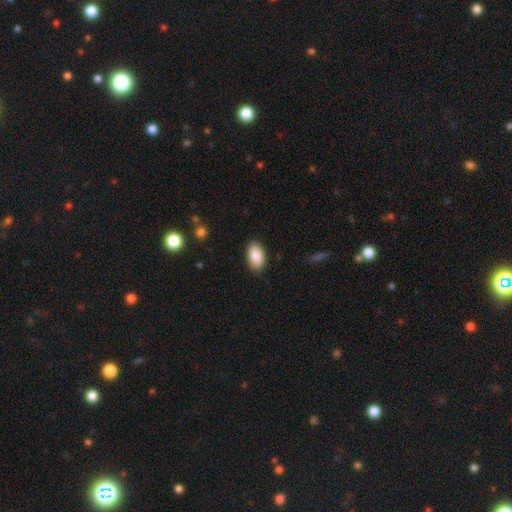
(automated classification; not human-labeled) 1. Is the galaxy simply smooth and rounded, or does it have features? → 87% smooth, 7% featured or disk, 6% star or artifact.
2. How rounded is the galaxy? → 94% in between, 4% round, 2% cigar-shaped.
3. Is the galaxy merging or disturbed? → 88% none, 9% minor disturbance, 2% major disturbance, 1% merger.